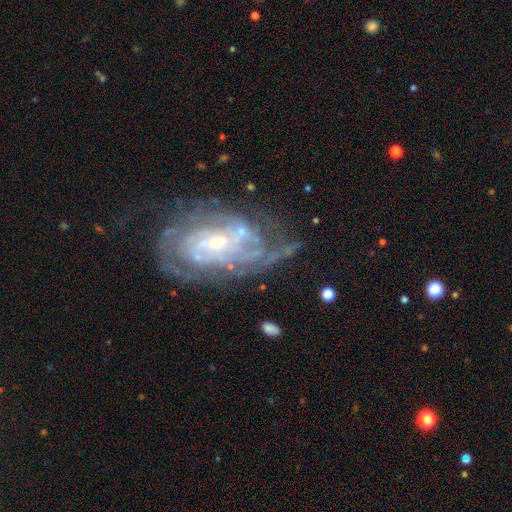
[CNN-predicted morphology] A featured or disk galaxy (86%) with no bar (51%), tight (67%) spiral arms (94%) and a small central bulge (71%). Merging: none (61%).